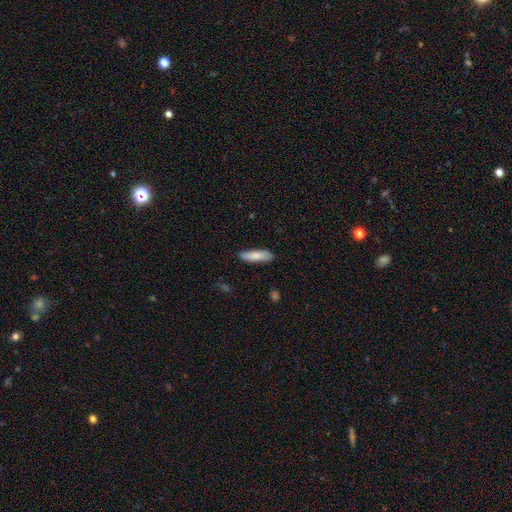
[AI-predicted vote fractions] Morphology: type=smooth (83%); roundness=cigar-shaped (66%); merging=none (85%).